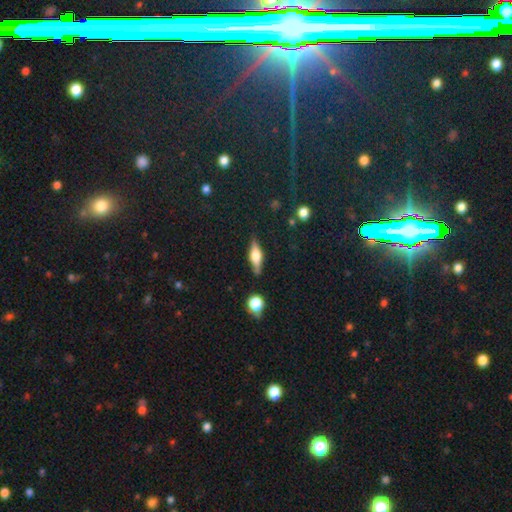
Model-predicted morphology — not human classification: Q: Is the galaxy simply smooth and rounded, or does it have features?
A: featured or disk — 53%.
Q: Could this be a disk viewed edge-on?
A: yes — 93%.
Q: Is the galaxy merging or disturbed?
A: none — 82%.